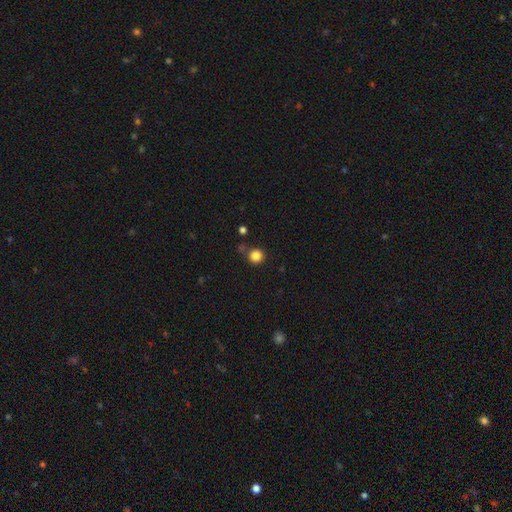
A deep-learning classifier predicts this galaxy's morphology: smooth 85%, star or artifact 11%, featured or disk 4%. Down the decision tree: how rounded — round (93%); merging — none (80%).